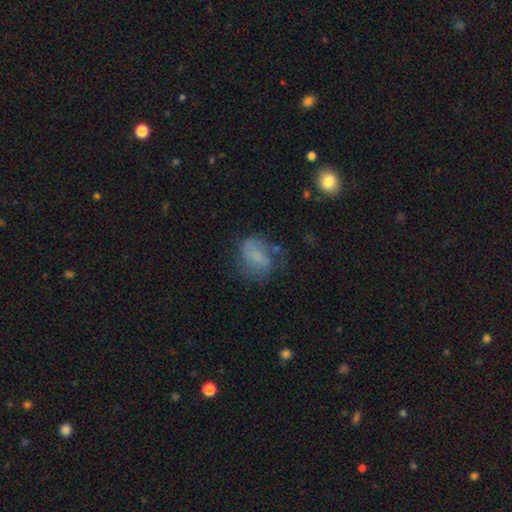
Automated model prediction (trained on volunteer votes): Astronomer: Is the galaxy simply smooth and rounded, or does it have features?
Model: smooth — 58%.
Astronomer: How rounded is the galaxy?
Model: in between — 66%.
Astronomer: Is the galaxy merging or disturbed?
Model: none — 51%.